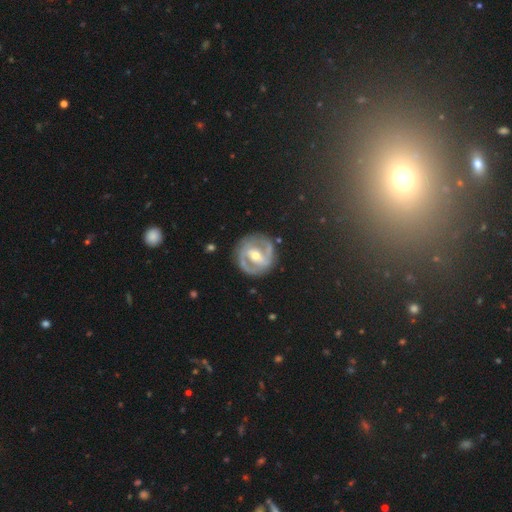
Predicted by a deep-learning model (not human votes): smooth_or_featured: featured or disk (p=0.80) [alt: smooth p=0.15]
disk_edge_on: no (p=0.97) [alt: yes p=0.03]
bar: weak (p=0.39) [alt: strong p=0.38]
has_spiral_arms: yes (p=0.79) [alt: no p=0.21]
spiral_winding: tight (p=0.45) [alt: medium p=0.41]
spiral_arm_count: 2 (p=0.82) [alt: can't tell p=0.10]
bulge_size: moderate (p=0.65) [alt: small p=0.29]
merging: none (p=0.81) [alt: minor disturbance p=0.12]